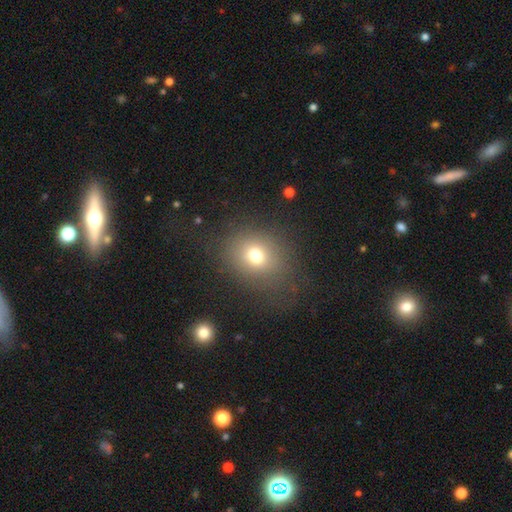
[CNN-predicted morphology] The model was most divided on "how rounded": round: 65%, in between: 34%, cigar-shaped: 1%. More confident: merging — none (73%); smooth or featured — smooth (71%).